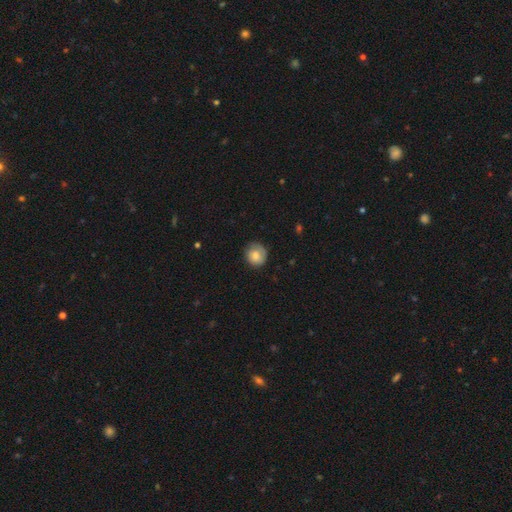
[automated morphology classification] Q: Smooth or featured?
A: smooth (77%); runner-up: featured or disk (16%)
Q: How rounded?
A: round (85%); runner-up: in between (14%)
Q: Merging?
A: none (74%); runner-up: minor disturbance (20%)